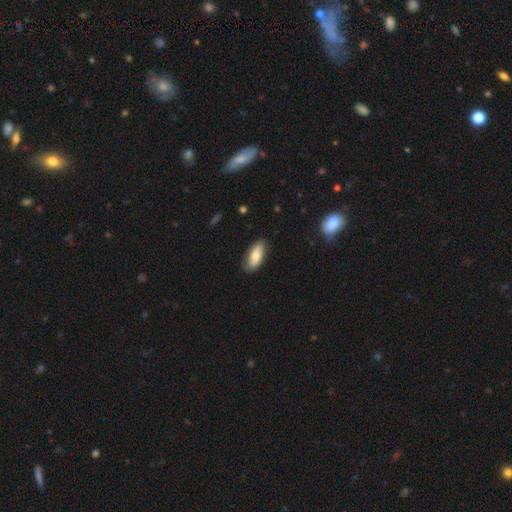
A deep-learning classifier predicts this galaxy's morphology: smooth_or_featured: smooth (p=0.74) [alt: featured or disk p=0.20]
how_rounded: in between (p=0.86) [alt: cigar-shaped p=0.12]
merging: none (p=0.80) [alt: minor disturbance p=0.16]